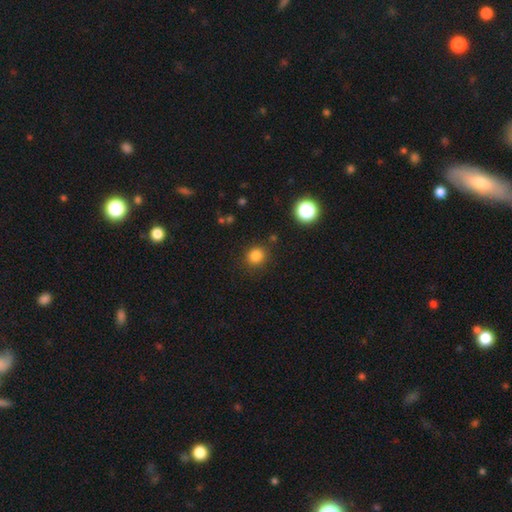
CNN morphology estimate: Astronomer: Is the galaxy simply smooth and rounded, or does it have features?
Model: smooth — 83%.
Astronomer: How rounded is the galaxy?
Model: round — 81%.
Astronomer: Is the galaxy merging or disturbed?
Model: none — 86%.